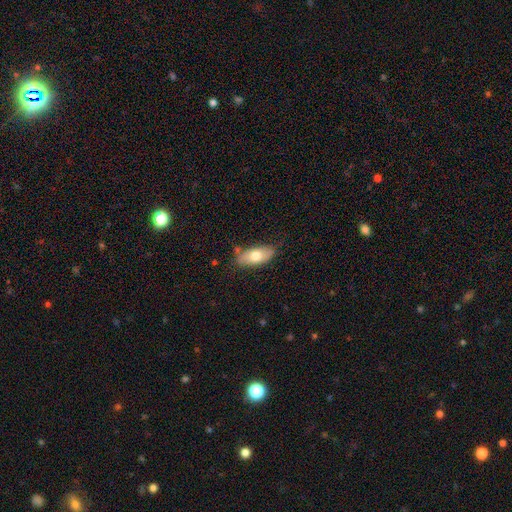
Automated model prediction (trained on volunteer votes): A smooth galaxy with no disk features (71%) that is in between round and cigar-shaped (88%).

Vote fractions:
- Smooth or featured? smooth: 71% / featured or disk: 23% / star or artifact: 7%
- How rounded? in between: 88% / cigar-shaped: 9% / round: 3%
- Merging? none: 77% / minor disturbance: 16% / merger: 4% / major disturbance: 3%